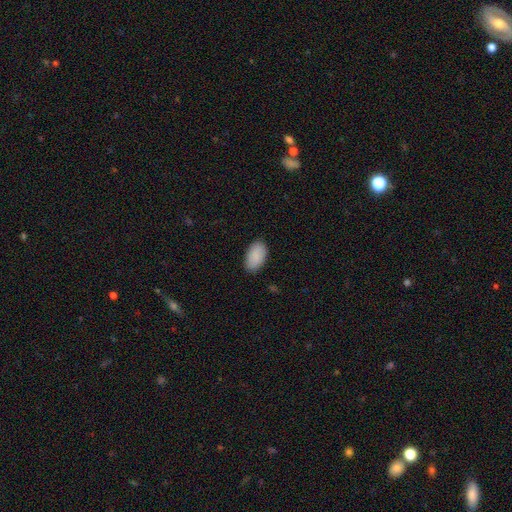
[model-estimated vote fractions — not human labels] Smooth or featured?
  - smooth: 89% *
  - star or artifact: 6%
  - featured or disk: 4%
How rounded?
  - in between: 95% *
  - round: 4%
  - cigar-shaped: 2%
Merging?
  - none: 85% *
  - minor disturbance: 12%
  - major disturbance: 2%
  - merger: 1%